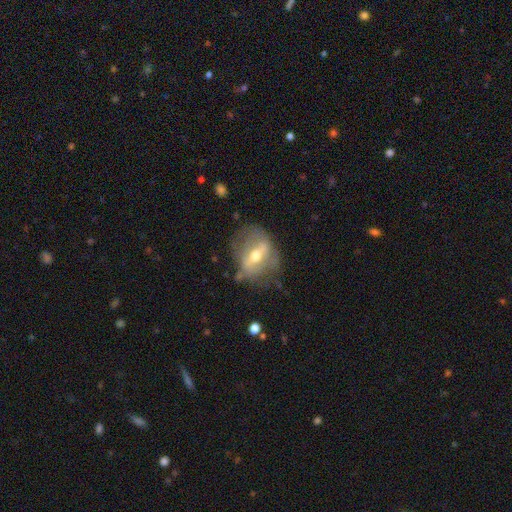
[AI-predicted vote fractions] Overall: featured or disk (67%). Edge-on disk: no (82%). Bar: strong (58%; weak 28%). Spiral arms: no (71%). Bulge size: moderate (67%). Merging: none (59%; minor disturbance 23%).